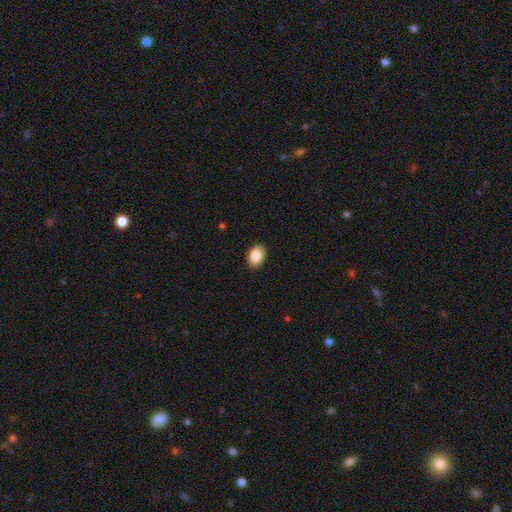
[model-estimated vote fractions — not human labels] Q: Smooth or featured?
A: smooth (89%); runner-up: star or artifact (7%)
Q: How rounded?
A: in between (85%); runner-up: round (14%)
Q: Merging?
A: none (90%); runner-up: minor disturbance (8%)